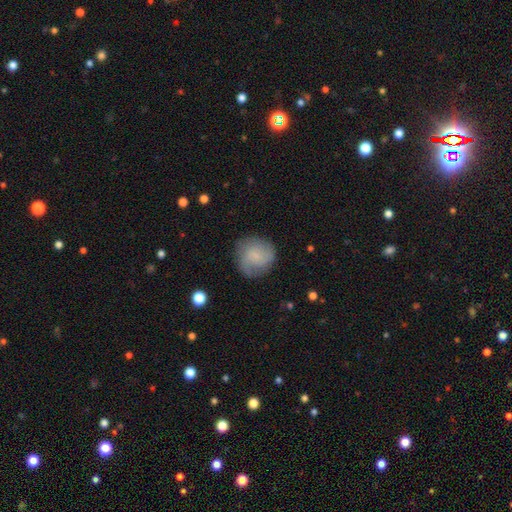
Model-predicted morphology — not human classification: The model was most divided on "smooth or featured": smooth: 56%, featured or disk: 35%, star or artifact: 8%. More confident: how rounded — round (88%); merging — none (74%).